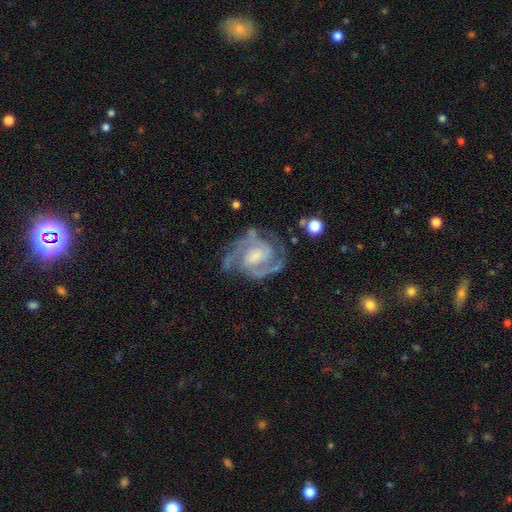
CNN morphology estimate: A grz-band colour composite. It shows a featured or disk galaxy (91%) with a weak bar (44%), 2 (74%) tight (50%) spiral arms (98%) and a moderate central bulge (35%). Merging: none (73%).